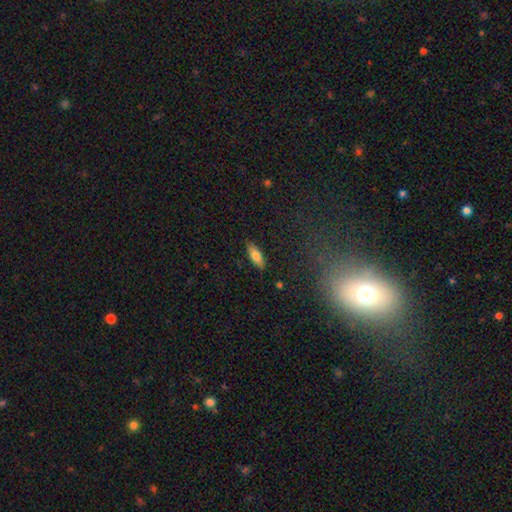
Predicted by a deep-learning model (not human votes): Overall: smooth (76%). How rounded: in between (67%; cigar-shaped 31%). Merging: none (87%).